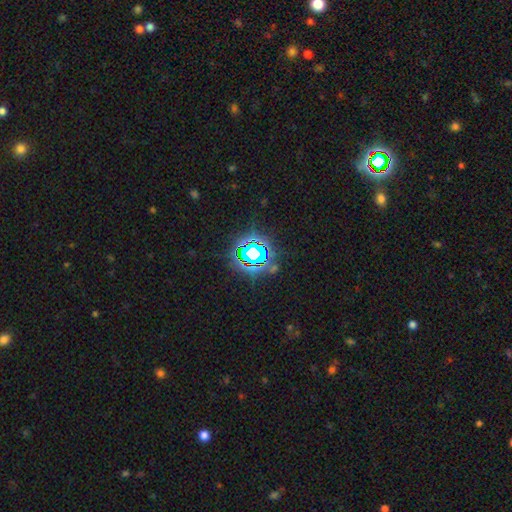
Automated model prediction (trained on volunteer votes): Morphology: type=star or artifact (72%).